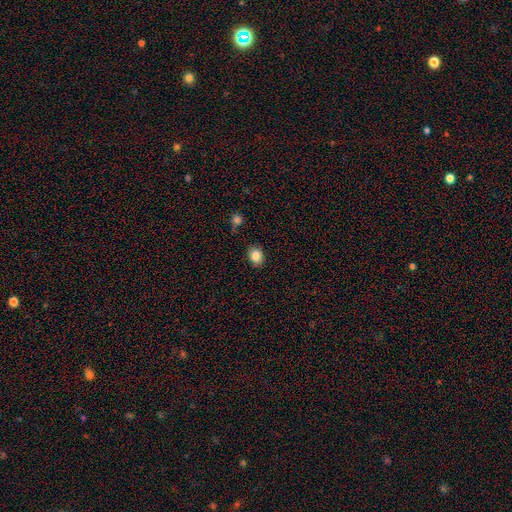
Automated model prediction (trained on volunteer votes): Smooth or featured?
  - smooth: 84% *
  - star or artifact: 10%
  - featured or disk: 6%
How rounded?
  - round: 50% *
  - in between: 49%
  - cigar-shaped: 1%
Merging?
  - none: 85% *
  - minor disturbance: 10%
  - major disturbance: 2%
  - merger: 2%